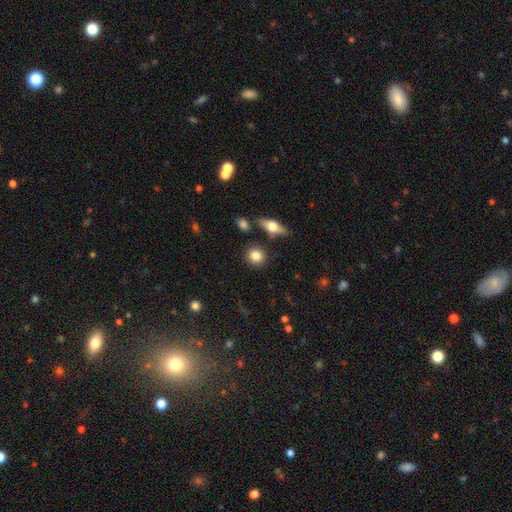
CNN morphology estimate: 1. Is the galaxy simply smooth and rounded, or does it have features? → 84% smooth, 8% featured or disk, 8% star or artifact.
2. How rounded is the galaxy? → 83% round, 15% in between, 2% cigar-shaped.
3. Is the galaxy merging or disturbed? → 85% none, 8% minor disturbance, 4% merger, 3% major disturbance.